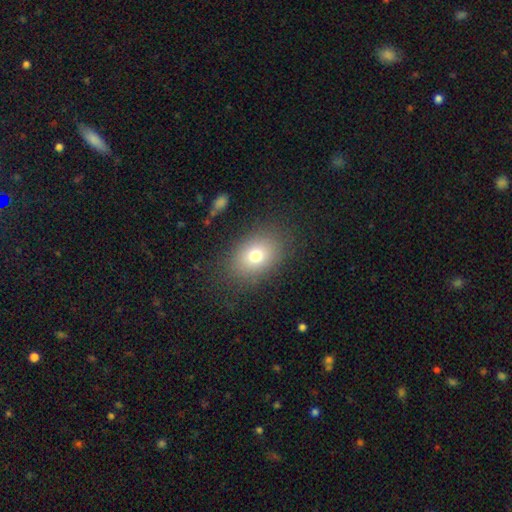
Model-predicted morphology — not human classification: The model was most divided on "how rounded": in between: 71%, round: 28%, cigar-shaped: 1%. More confident: merging — none (81%); smooth or featured — smooth (73%).